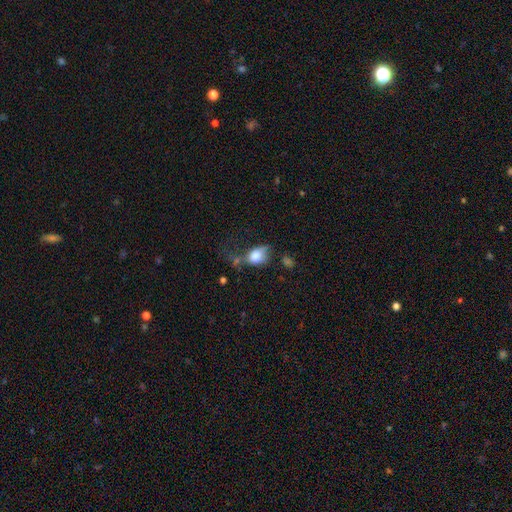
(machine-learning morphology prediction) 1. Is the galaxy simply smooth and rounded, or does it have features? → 74% smooth, 16% featured or disk, 9% star or artifact.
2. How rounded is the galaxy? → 64% in between, 34% round, 2% cigar-shaped.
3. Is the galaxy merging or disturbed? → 39% major disturbance, 25% minor disturbance, 25% none, 11% merger.